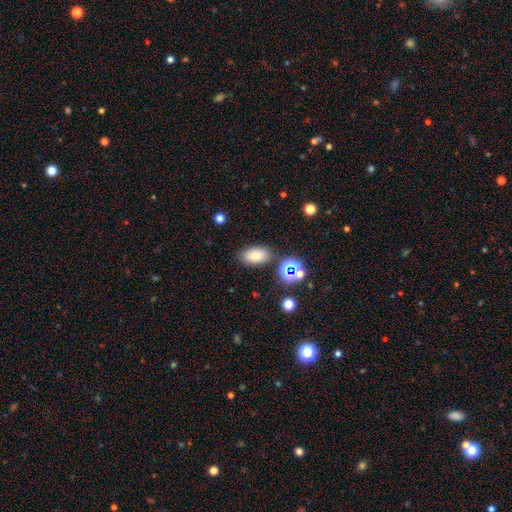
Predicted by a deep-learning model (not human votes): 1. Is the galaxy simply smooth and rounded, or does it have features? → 77% smooth, 14% star or artifact, 9% featured or disk.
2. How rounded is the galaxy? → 90% in between, 8% round, 2% cigar-shaped.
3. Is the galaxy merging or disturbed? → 80% none, 11% minor disturbance, 5% merger, 4% major disturbance.